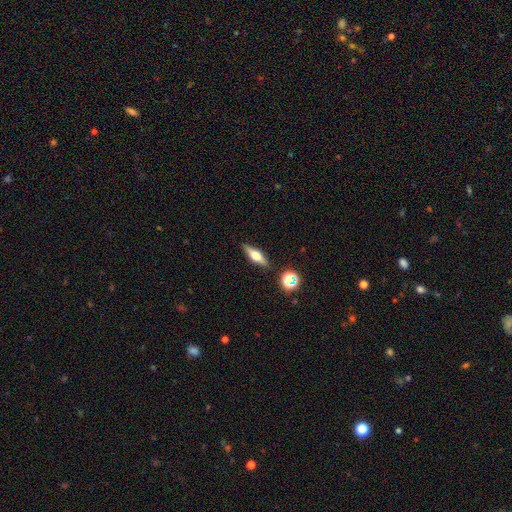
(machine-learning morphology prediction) The model was most divided on "smooth or featured": featured or disk: 54%, smooth: 37%, star or artifact: 9%. More confident: edge-on disk — yes (93%); merging — none (87%).